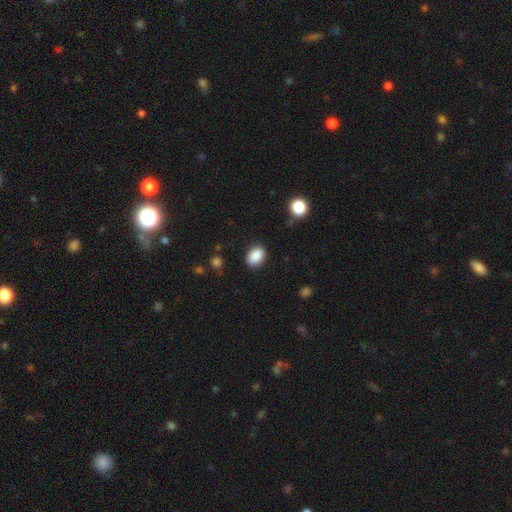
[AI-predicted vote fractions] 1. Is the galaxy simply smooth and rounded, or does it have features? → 89% smooth, 8% star or artifact, 3% featured or disk.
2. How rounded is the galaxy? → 78% in between, 21% round, 1% cigar-shaped.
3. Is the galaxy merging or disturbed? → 87% none, 10% minor disturbance, 3% major disturbance, 1% merger.